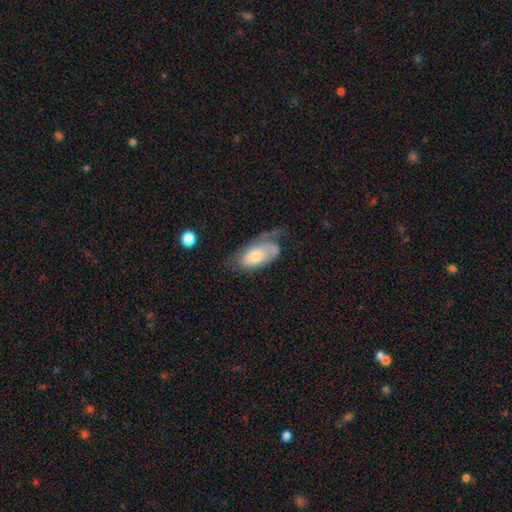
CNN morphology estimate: This is possibly a smooth galaxy (53%). How rounded: clearly in between (92%). Merging: marginally major disturbance (36%).